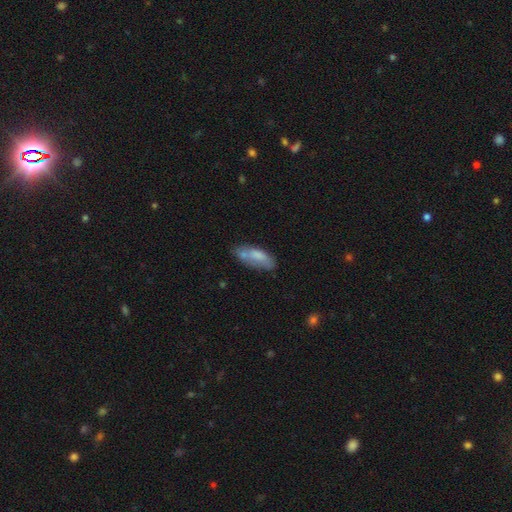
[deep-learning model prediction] Q: Smooth or featured?
A: smooth (69%); runner-up: featured or disk (23%)
Q: How rounded?
A: in between (71%); runner-up: cigar-shaped (27%)
Q: Merging?
A: none (50%); runner-up: minor disturbance (25%)